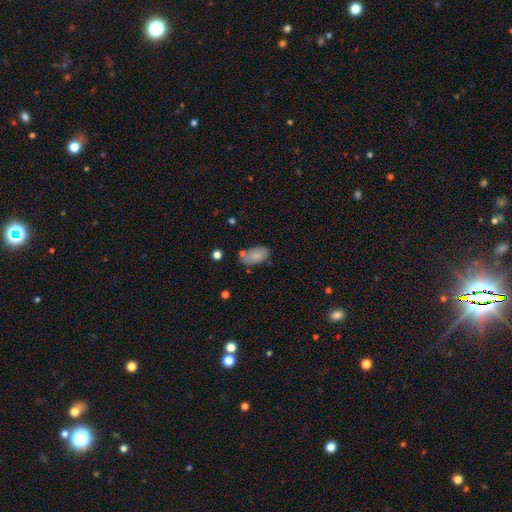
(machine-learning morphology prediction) type=smooth (82%); roundness=in between (94%); merging=none (66%).